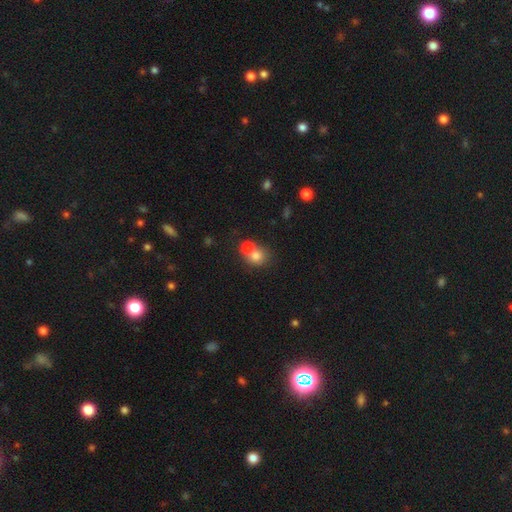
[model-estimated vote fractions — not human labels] A smooth galaxy with no disk features (74%) that is round (76%). Merging: merger (61%).